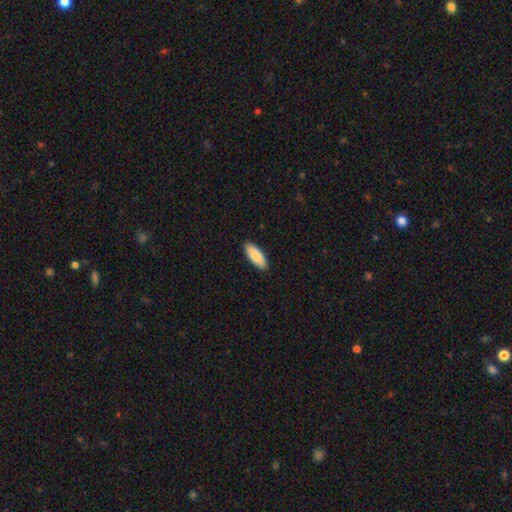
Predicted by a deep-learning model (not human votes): Overall: smooth (87%). How rounded: in between (77%). Merging: none (90%).